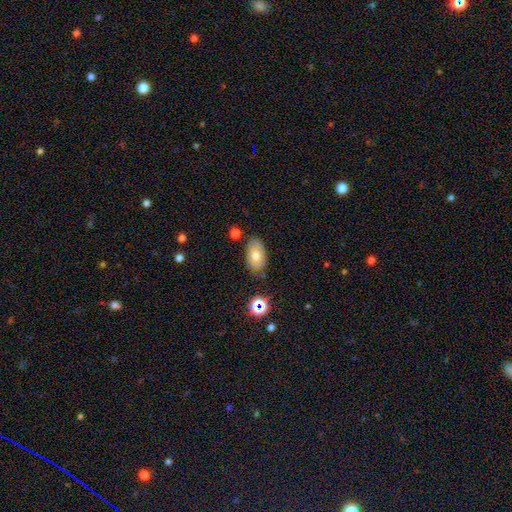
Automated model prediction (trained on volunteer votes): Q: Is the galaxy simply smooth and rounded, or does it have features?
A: smooth — 67%.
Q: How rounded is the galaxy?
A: in between — 92%.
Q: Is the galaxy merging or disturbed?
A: none — 75%.